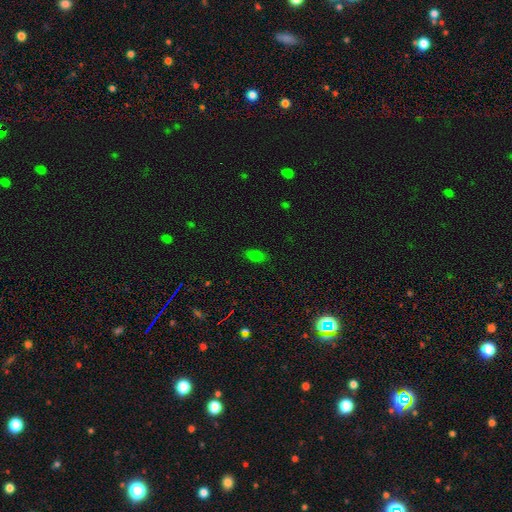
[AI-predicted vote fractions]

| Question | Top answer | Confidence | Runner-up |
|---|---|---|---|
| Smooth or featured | smooth | 78% | star or artifact (17%) |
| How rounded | in between | 87% | cigar-shaped (7%) |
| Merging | none | 83% | minor disturbance (13%) |